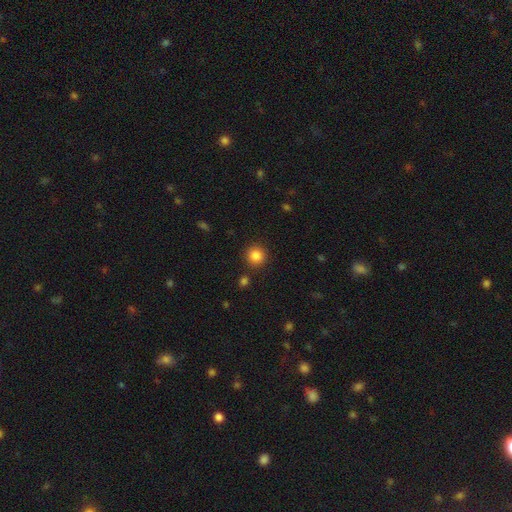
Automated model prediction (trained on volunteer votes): Overall: smooth (85%). How rounded: round (93%). Merging: none (88%).